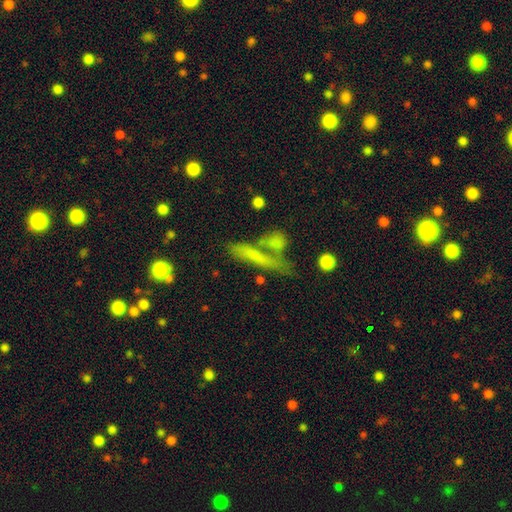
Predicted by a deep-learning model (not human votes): Morphology: type=smooth (60%); roundness=cigar-shaped (78%); merging=none (53%).